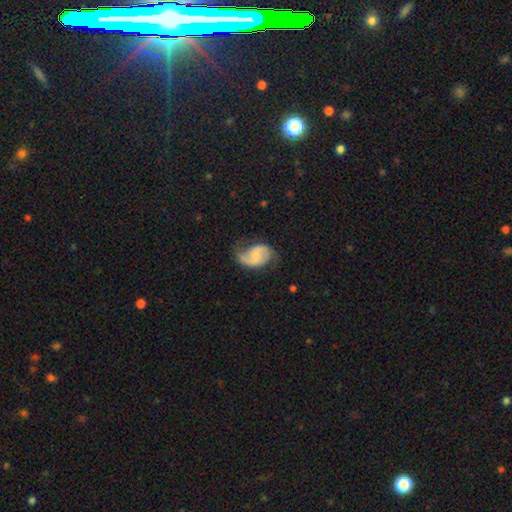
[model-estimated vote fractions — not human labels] featured or disk 71%, smooth 23%, star or artifact 6%. Down the decision tree: edge-on disk — no (98%); bar — no (46%); spiral arms — yes (92%); spiral arm count — 2 (82%); spiral winding — loose (44%); bulge size — small (51%); merging — none (57%).